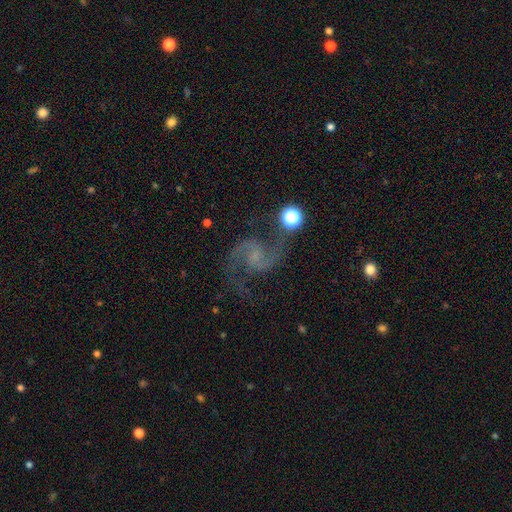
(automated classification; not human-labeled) Smooth or featured?
  - featured or disk: 90% *
  - star or artifact: 6%
  - smooth: 4%
Edge-on disk?
  - no: 98% *
  - yes: 2%
Bar?
  - no: 48% *
  - weak: 42%
  - strong: 10%
Spiral arms?
  - yes: 98% *
  - no: 2%
Spiral winding?
  - medium: 53% *
  - loose: 38%
  - tight: 8%
Spiral arm count?
  - 2: 94% *
  - can't tell: 2%
  - 3: 1%
  - 1: 1%
  - 4: 1%
  - more than 4: 1%
Bulge size?
  - small: 51% *
  - none: 32%
  - moderate: 14%
  - large: 2%
  - dominant: 1%
Merging?
  - none: 77% *
  - minor disturbance: 13%
  - major disturbance: 7%
  - merger: 3%